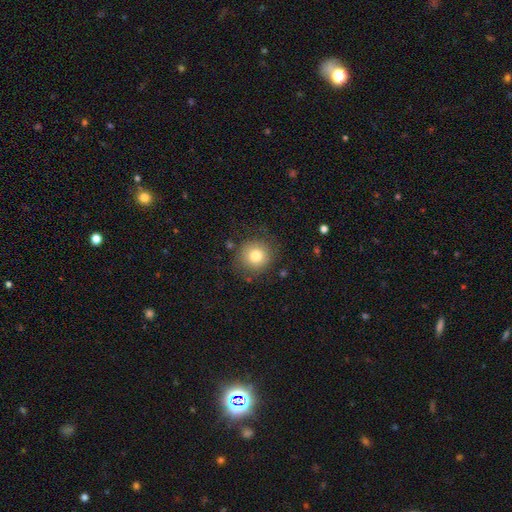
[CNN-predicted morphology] Q: Smooth or featured?
A: smooth (77%); runner-up: featured or disk (12%)
Q: How rounded?
A: round (92%); runner-up: in between (7%)
Q: Merging?
A: none (80%); runner-up: minor disturbance (12%)